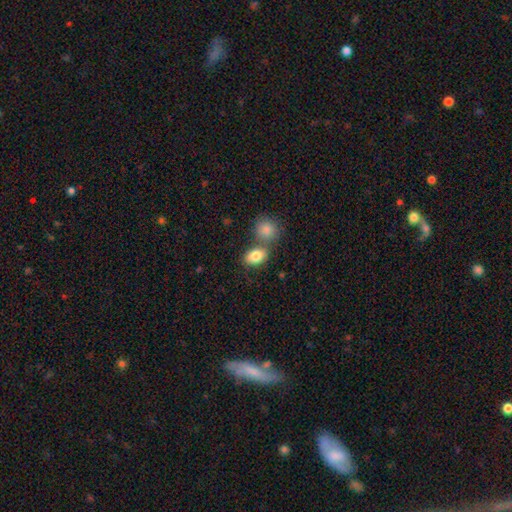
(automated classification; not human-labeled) Smooth or featured? smooth (84%)
How rounded? in between (81%)
Merging? none (49%)